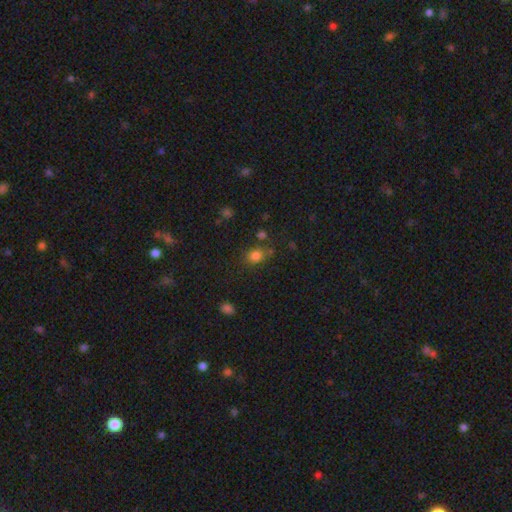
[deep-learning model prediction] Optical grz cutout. It shows a smooth galaxy with no disk features (79%) that is in between round and cigar-shaped (52%). Merging: none (67%).